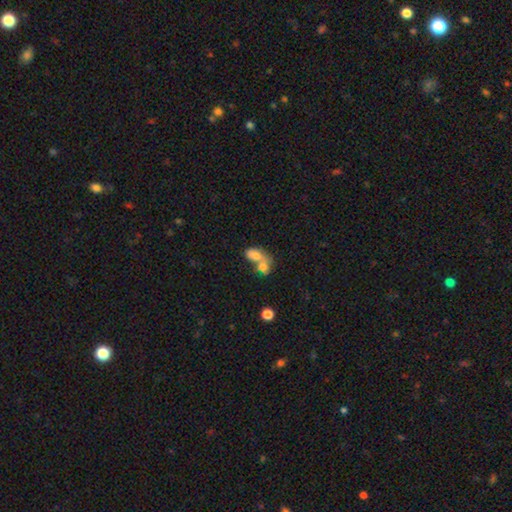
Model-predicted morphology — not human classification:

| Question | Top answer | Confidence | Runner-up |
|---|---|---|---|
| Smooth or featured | smooth | 72% | featured or disk (19%) |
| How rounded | in between | 81% | round (17%) |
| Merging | merger | 73% | none (15%) |